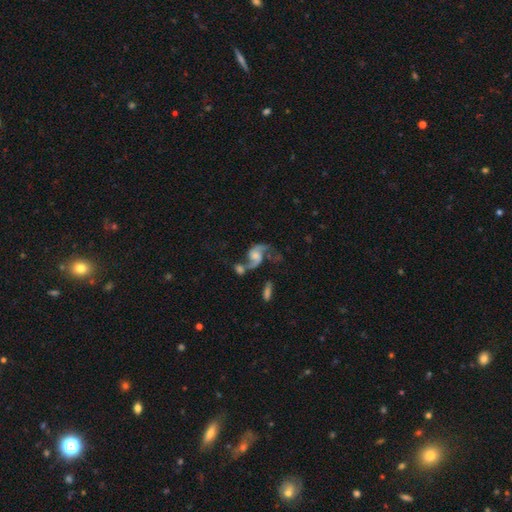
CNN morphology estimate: featured or disk 81%, smooth 12%, star or artifact 7%. Down the decision tree: edge-on disk — no (97%); bar — no (60%); spiral arms — yes (93%); spiral arm count — 2 (87%); spiral winding — loose (70%); bulge size — small (36%); merging — merger (37%).